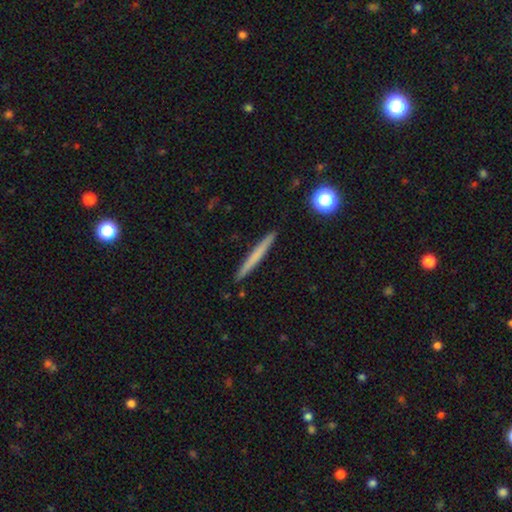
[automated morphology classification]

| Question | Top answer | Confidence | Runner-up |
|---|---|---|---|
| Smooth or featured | smooth | 61% | featured or disk (33%) |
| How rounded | cigar-shaped | 97% | in between (2%) |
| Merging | none | 92% | minor disturbance (6%) |